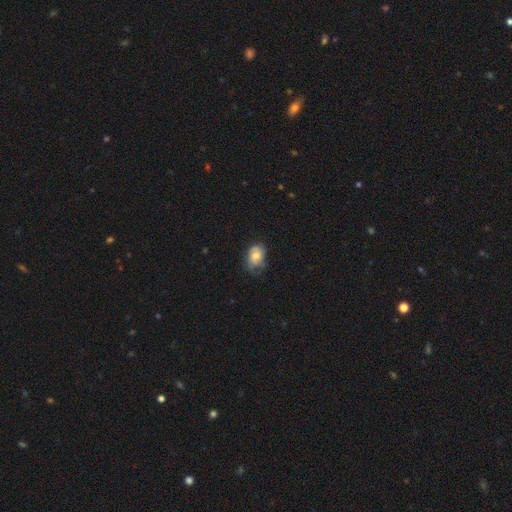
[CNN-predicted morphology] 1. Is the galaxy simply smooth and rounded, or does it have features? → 58% smooth, 33% featured or disk, 9% star or artifact.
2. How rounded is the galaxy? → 68% in between, 31% round, 1% cigar-shaped.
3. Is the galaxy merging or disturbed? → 51% none, 33% minor disturbance, 15% major disturbance, 2% merger.